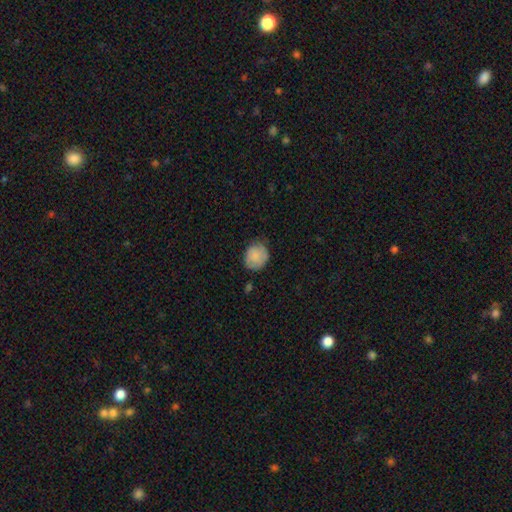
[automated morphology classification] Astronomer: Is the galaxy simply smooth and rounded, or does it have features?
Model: smooth — 80%.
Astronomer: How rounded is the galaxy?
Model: round — 70%.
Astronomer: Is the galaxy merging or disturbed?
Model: none — 68%.